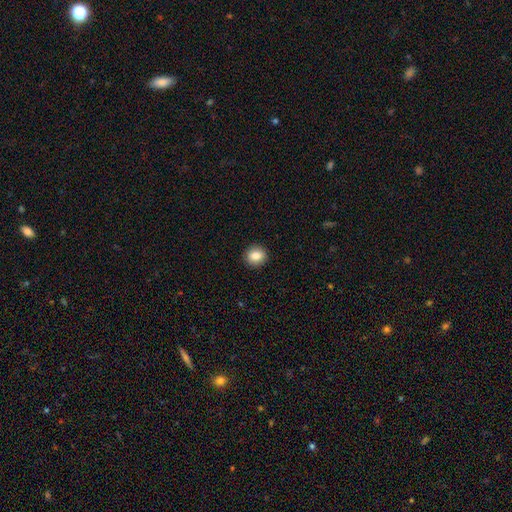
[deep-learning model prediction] Morphology: type=smooth (85%); roundness=round (82%); merging=none (92%).